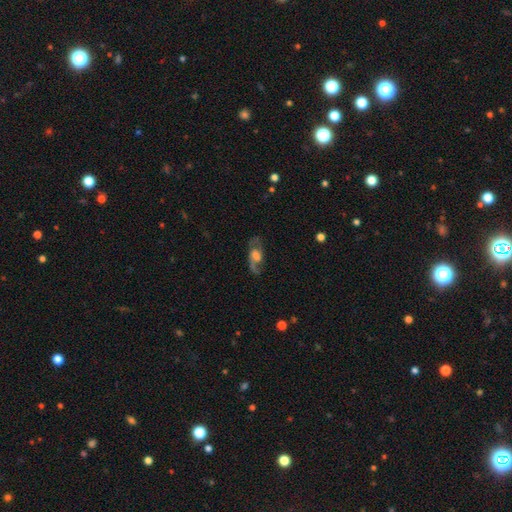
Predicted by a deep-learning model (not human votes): The model was most divided on "spiral winding": loose: 44%, medium: 42%, tight: 14%. Remaining: edge-on disk — no (89%); spiral arms — yes (83%); spiral arm count — 2 (74%); smooth or featured — featured or disk (69%); merging — none (63%); bar — no (57%); bulge size — large (37%).